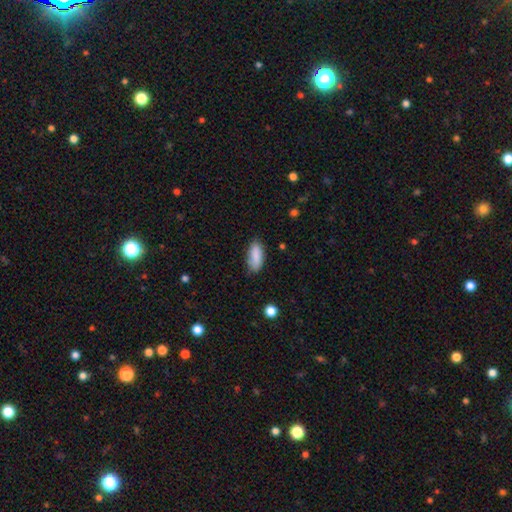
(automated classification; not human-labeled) This is clearly a smooth galaxy (87%). How rounded: clearly in between (84%). Merging: likely none (76%).